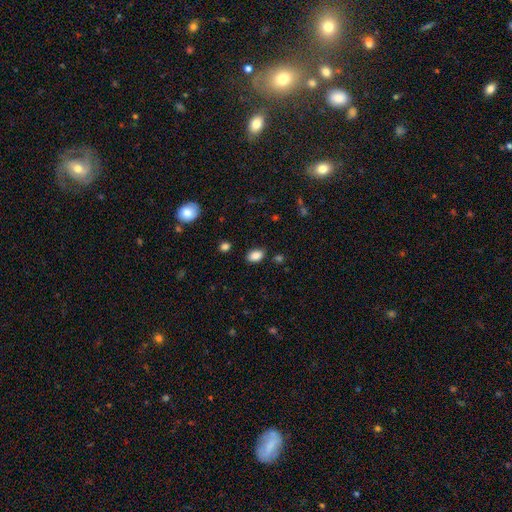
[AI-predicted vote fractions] This is clearly a smooth galaxy (87%). How rounded: clearly in between (90%). Merging: clearly none (83%).